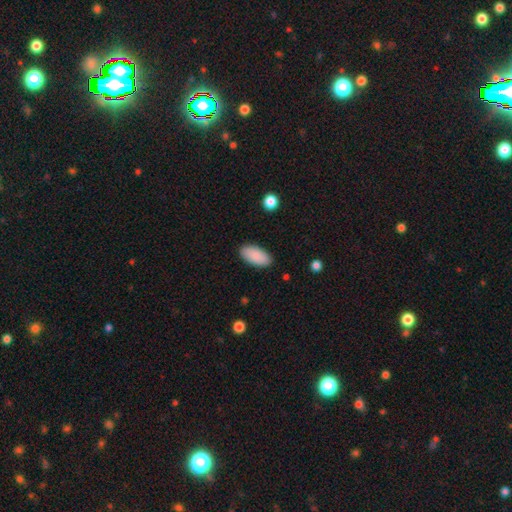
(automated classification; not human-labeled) This appears to be a smooth galaxy with no disk features (89%) that is in between round and cigar-shaped (94%). Merging: none (88%).